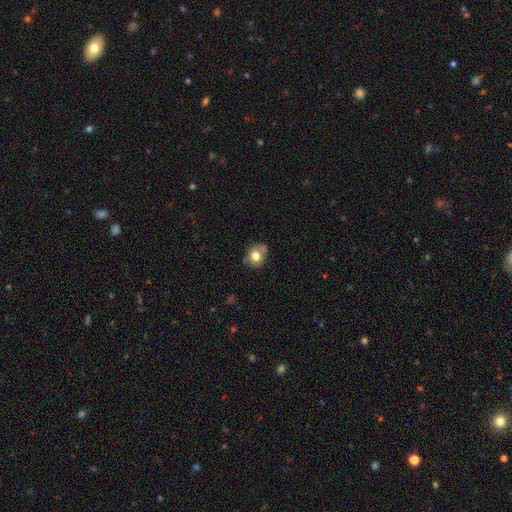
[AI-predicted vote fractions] Morphology: type=smooth (74%); roundness=round (65%); merging=none (67%).